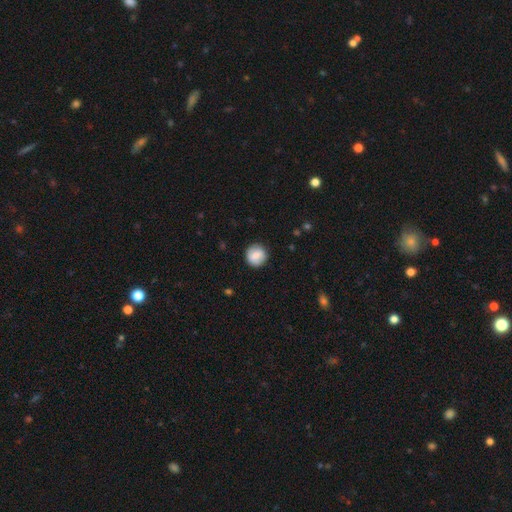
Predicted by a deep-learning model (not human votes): Smooth or featured?
  - smooth: 77% *
  - featured or disk: 15%
  - star or artifact: 8%
How rounded?
  - round: 93% *
  - in between: 6%
  - cigar-shaped: 1%
Merging?
  - none: 87% *
  - minor disturbance: 9%
  - major disturbance: 2%
  - merger: 1%